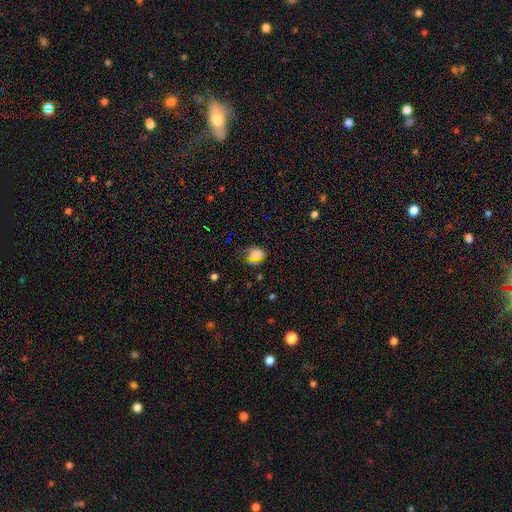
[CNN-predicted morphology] The model was most divided on "how rounded": in between: 49%, round: 48%, cigar-shaped: 3%. More confident: merging — none (74%); smooth or featured — smooth (63%).